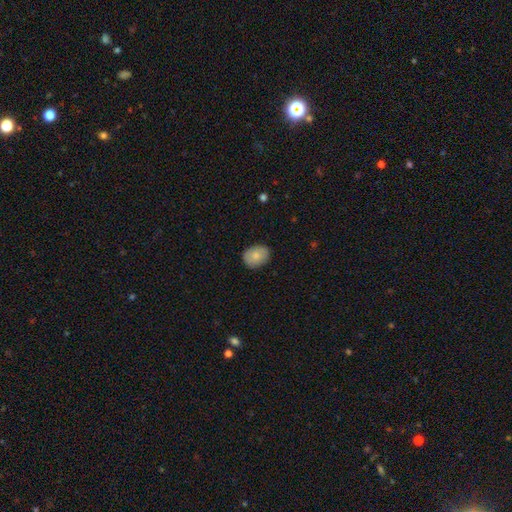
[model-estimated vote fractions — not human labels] Smooth or featured?
  - smooth: 83% *
  - featured or disk: 10%
  - star or artifact: 7%
How rounded?
  - in between: 55% *
  - round: 44%
  - cigar-shaped: 1%
Merging?
  - none: 83% *
  - minor disturbance: 13%
  - major disturbance: 2%
  - merger: 1%